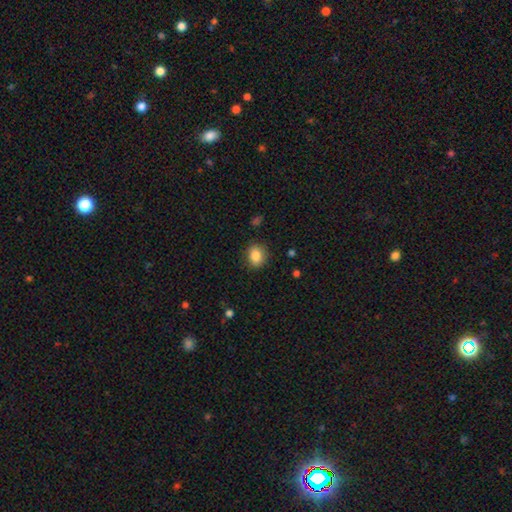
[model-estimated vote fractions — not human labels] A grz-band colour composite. It shows a smooth galaxy with no disk features (86%) that is in between round and cigar-shaped (52%). Merging: none (83%).